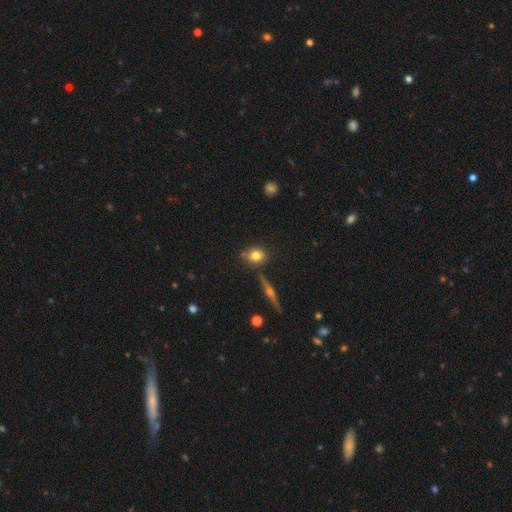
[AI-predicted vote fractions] Smooth or featured? smooth (74%)
How rounded? round (72%)
Merging? none (74%)